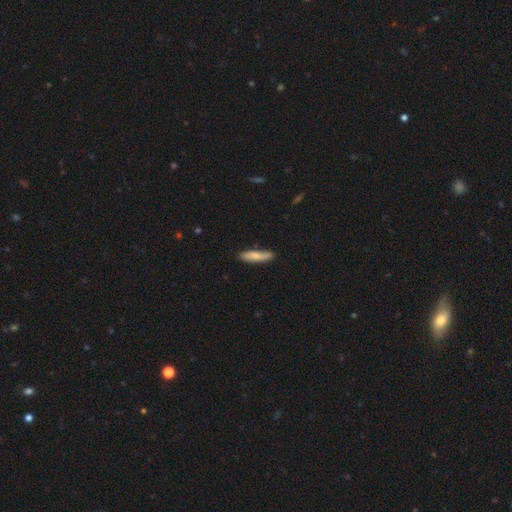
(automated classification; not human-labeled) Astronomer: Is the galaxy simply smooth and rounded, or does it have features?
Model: smooth — 76%.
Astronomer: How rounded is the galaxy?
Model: cigar-shaped — 79%.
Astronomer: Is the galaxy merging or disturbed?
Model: none — 81%.